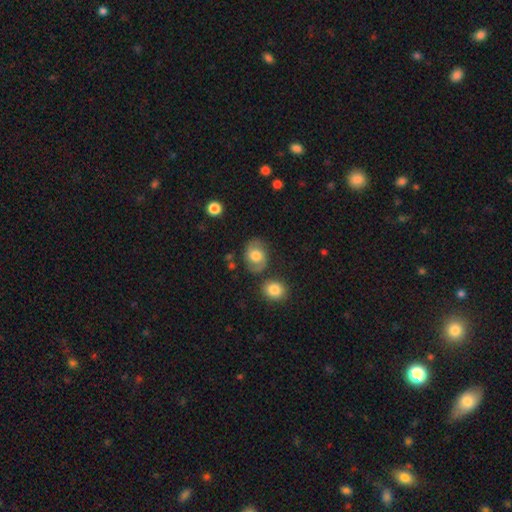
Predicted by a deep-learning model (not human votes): smooth-or-featured: smooth: 53% | featured or disk: 39% | star or artifact: 8%
  how-rounded: in between: 55% | round: 44% | cigar-shaped: 1%
  merging: none: 73% | minor disturbance: 17% | major disturbance: 6% | merger: 5%